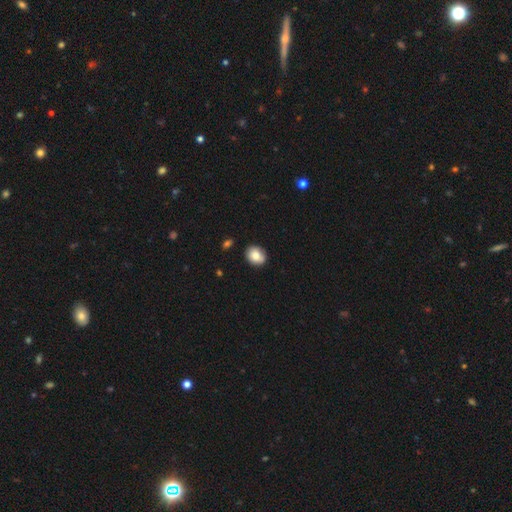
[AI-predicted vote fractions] This is clearly a smooth galaxy (82%). How rounded: possibly round (53%). Merging: clearly none (82%).